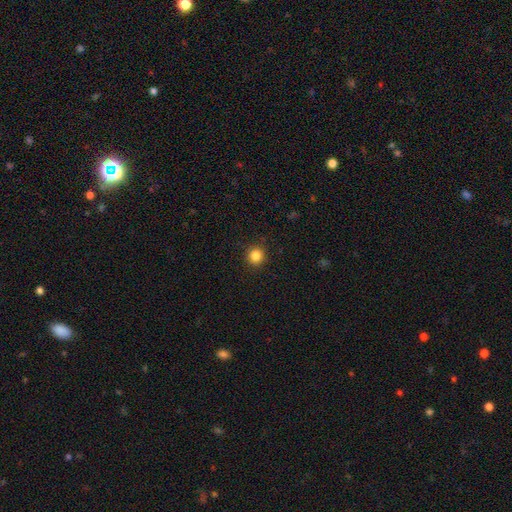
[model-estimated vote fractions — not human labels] Smooth or featured?
  - smooth: 85% *
  - star or artifact: 11%
  - featured or disk: 4%
How rounded?
  - round: 93% *
  - in between: 6%
  - cigar-shaped: 1%
Merging?
  - none: 91% *
  - minor disturbance: 6%
  - major disturbance: 2%
  - merger: 1%